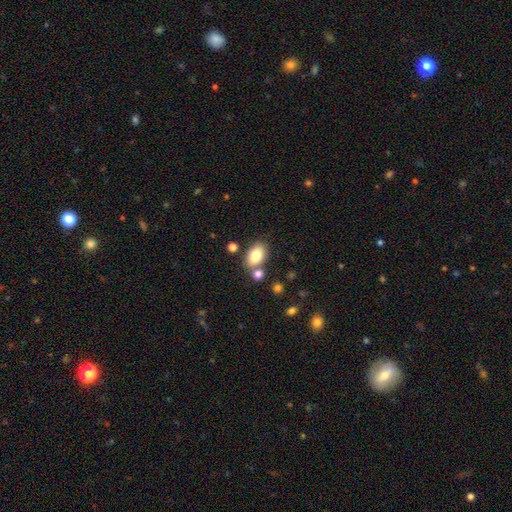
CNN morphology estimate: This appears to be a smooth galaxy with no disk features (81%) that is in between round and cigar-shaped (86%). Merging: none (69%).